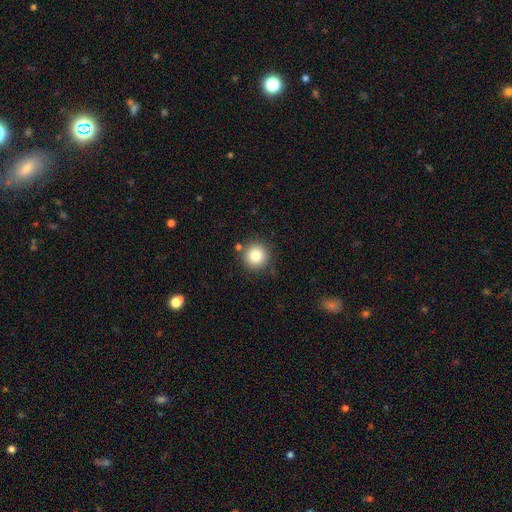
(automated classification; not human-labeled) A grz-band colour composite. It shows a smooth galaxy with no disk features (82%) that is round (95%). Merging: none (85%).